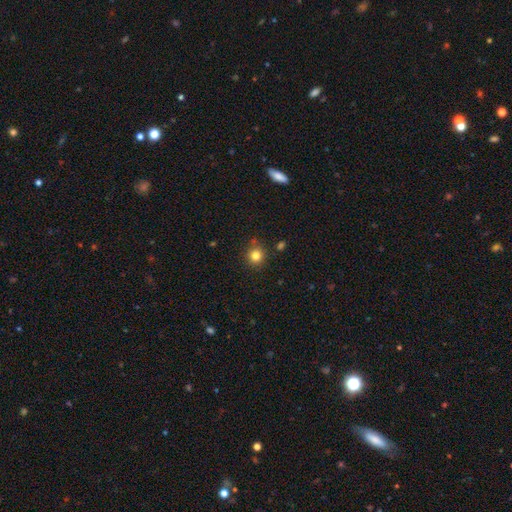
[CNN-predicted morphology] A smooth galaxy with no disk features (81%) that is round (92%).

Vote fractions:
- Smooth or featured? smooth: 81% / star or artifact: 13% / featured or disk: 6%
- How rounded? round: 92% / in between: 7% / cigar-shaped: 1%
- Merging? none: 85% / minor disturbance: 9% / merger: 4% / major disturbance: 2%